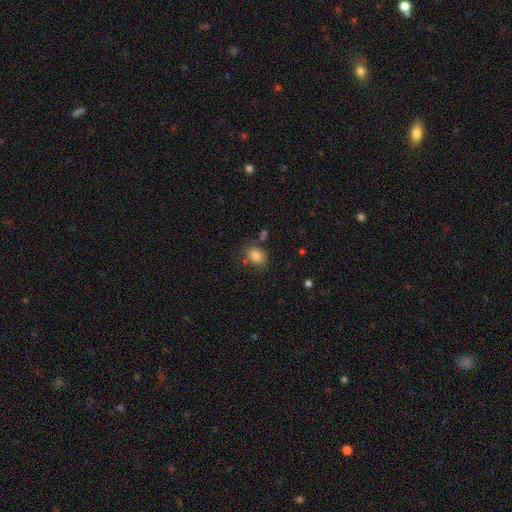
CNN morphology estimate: smooth_or_featured: smooth (p=0.83) [alt: star or artifact p=0.10]
how_rounded: in between (p=0.68) [alt: round p=0.31]
merging: none (p=0.72) [alt: minor disturbance p=0.17]